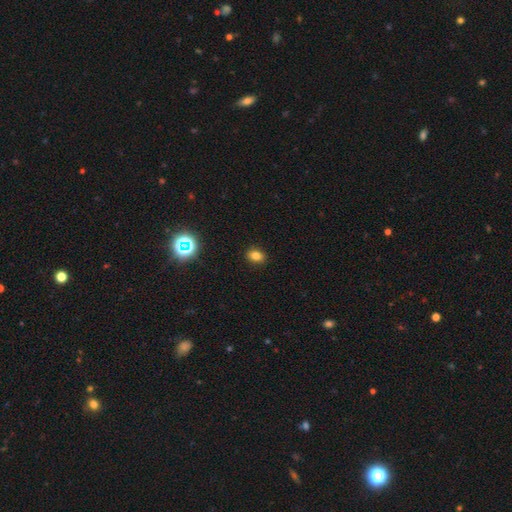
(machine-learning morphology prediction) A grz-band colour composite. It shows a smooth galaxy with no disk features (80%) that is in between round and cigar-shaped (64%). Merging: none (89%).